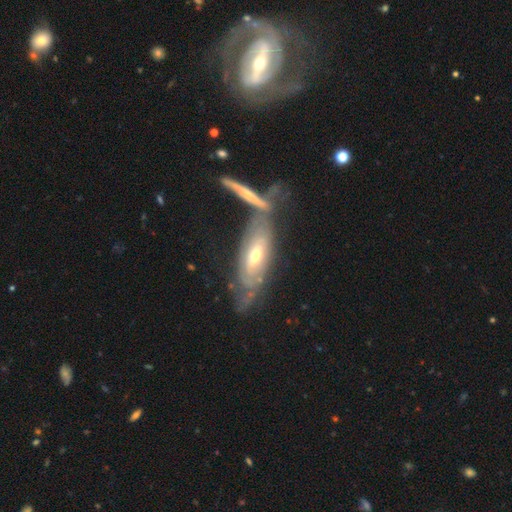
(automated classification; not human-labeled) smooth_or_featured: featured or disk (p=0.72) [alt: smooth p=0.22]
disk_edge_on: no (p=0.75) [alt: yes p=0.25]
bar: no (p=0.57) [alt: weak p=0.31]
has_spiral_arms: yes (p=0.68) [alt: no p=0.32]
bulge_size: moderate (p=0.65) [alt: small p=0.28]
merging: none (p=0.42) [alt: merger p=0.25]